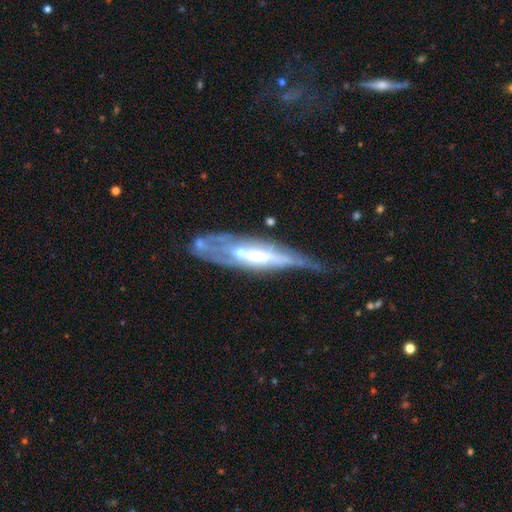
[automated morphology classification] Smooth or featured? Predicted: featured or disk (p=0.74). Edge-on disk? Predicted: no (p=0.51). Merging? Predicted: none (p=0.37).